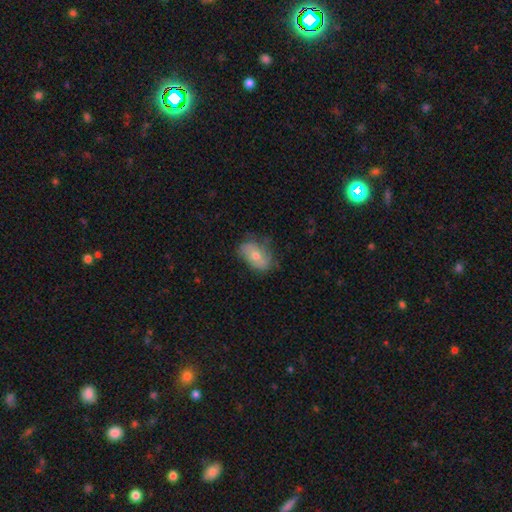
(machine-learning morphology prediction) Overall: smooth (58%; featured or disk 33%). How rounded: in between (87%). Merging: none (64%; minor disturbance 26%).